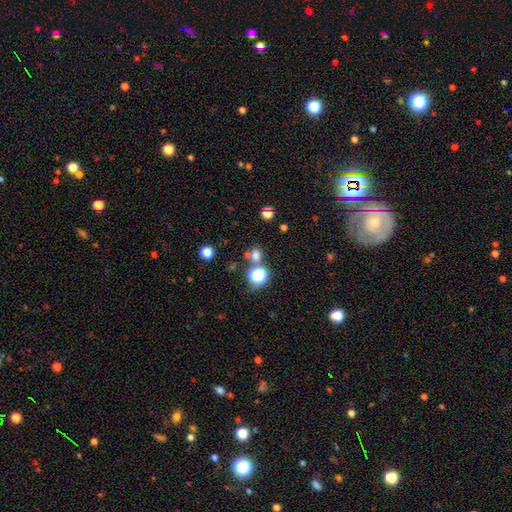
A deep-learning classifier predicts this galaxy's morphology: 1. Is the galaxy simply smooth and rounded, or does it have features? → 66% smooth, 27% star or artifact, 6% featured or disk.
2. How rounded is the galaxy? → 73% round, 26% in between, 1% cigar-shaped.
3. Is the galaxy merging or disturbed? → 69% none, 18% merger, 9% minor disturbance, 4% major disturbance.